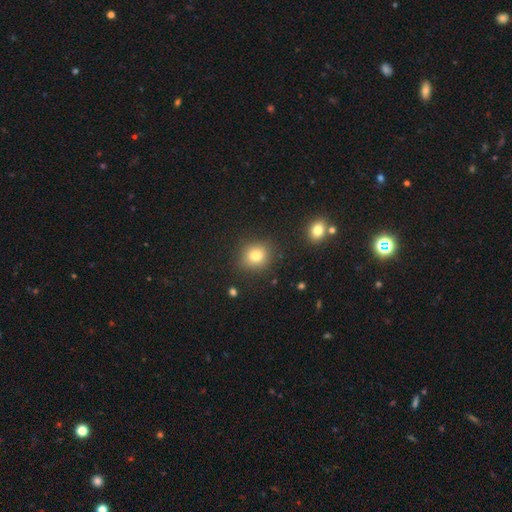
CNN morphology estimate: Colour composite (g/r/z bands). It shows a smooth galaxy with no disk features (80%) that is round (75%). Merging: none (85%).